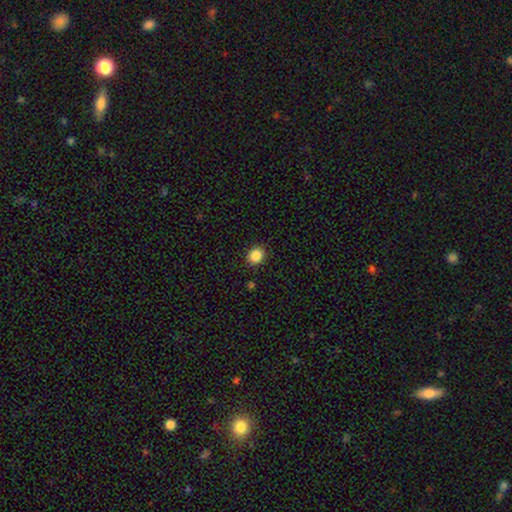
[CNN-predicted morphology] The model was most divided on "how rounded": round: 69%, in between: 30%, cigar-shaped: 1%. More confident: merging — none (89%); smooth or featured — smooth (87%).